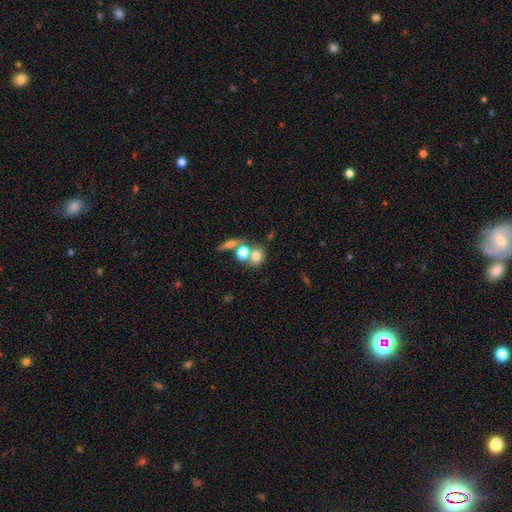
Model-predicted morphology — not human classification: smooth 73%, featured or disk 16%, star or artifact 11%. Down the decision tree: how rounded — round (64%); merging — merger (44%).